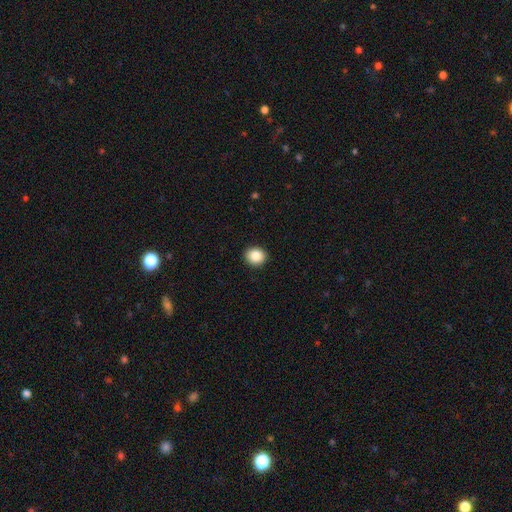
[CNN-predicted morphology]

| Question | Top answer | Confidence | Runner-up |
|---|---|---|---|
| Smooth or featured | smooth | 86% | star or artifact (9%) |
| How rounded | round | 83% | in between (16%) |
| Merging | none | 92% | minor disturbance (5%) |